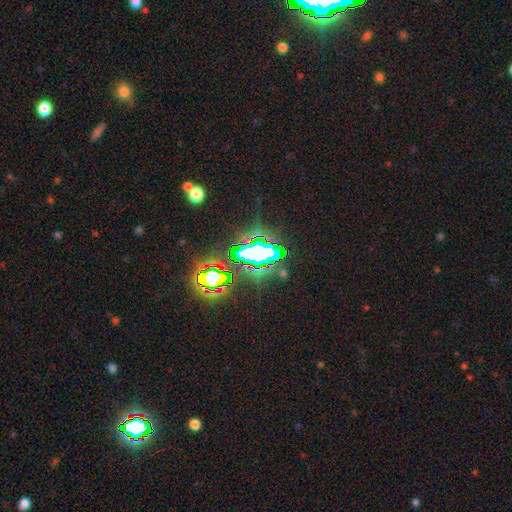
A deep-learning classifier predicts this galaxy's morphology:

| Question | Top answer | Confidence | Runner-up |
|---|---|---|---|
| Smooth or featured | star or artifact | 81% | smooth (10%) |